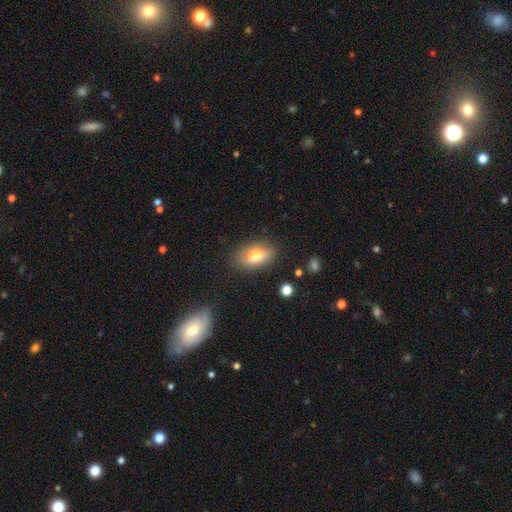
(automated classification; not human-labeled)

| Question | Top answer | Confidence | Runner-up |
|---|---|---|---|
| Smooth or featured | smooth | 72% | featured or disk (20%) |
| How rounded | in between | 87% | round (8%) |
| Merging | none | 80% | minor disturbance (14%) |